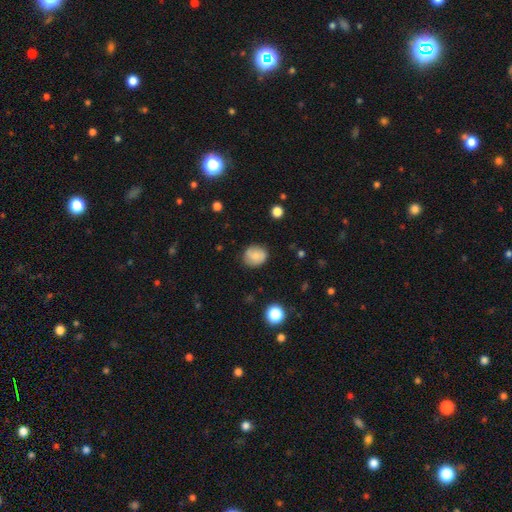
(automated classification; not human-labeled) The model was most divided on "how rounded": round: 74%, in between: 26%, cigar-shaped: 1%. More confident: merging — none (76%); smooth or featured — smooth (76%).